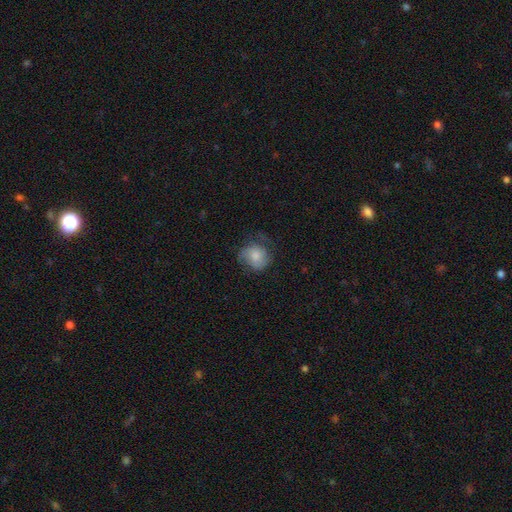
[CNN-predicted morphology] Smooth or featured: smooth — 62% (featured or disk — 30%)
How rounded: round — 75% (in between — 24%)
Merging: none — 51% (minor disturbance — 28%)